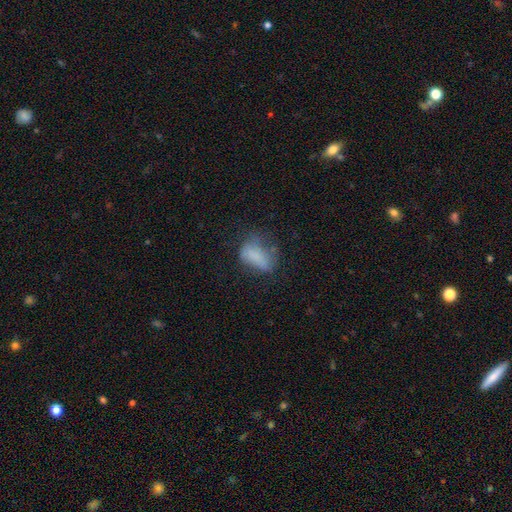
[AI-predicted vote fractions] Overall: smooth (67%). How rounded: in between (84%). Merging: none (37%; major disturbance 30%).